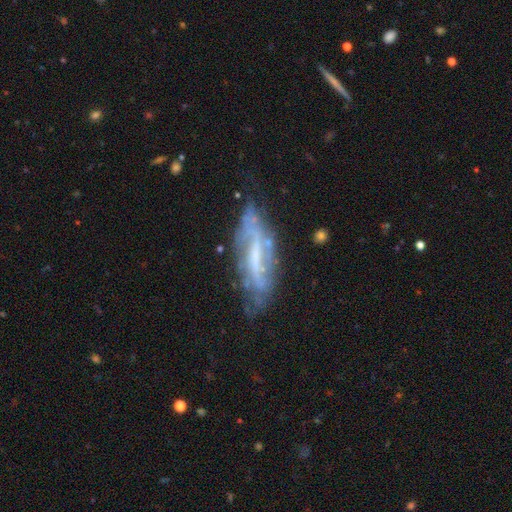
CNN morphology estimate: featured or disk 71%, smooth 21%, star or artifact 8%. Down the decision tree: edge-on disk — no (74%); bar — weak (41%); spiral arms — yes (69%); bulge size — small (35%); merging — none (60%).